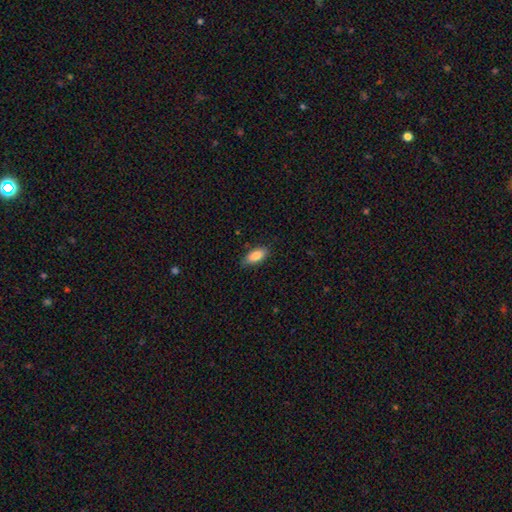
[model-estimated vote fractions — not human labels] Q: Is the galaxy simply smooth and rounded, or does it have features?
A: smooth — 85%.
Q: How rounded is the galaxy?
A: in between — 86%.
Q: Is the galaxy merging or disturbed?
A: none — 80%.